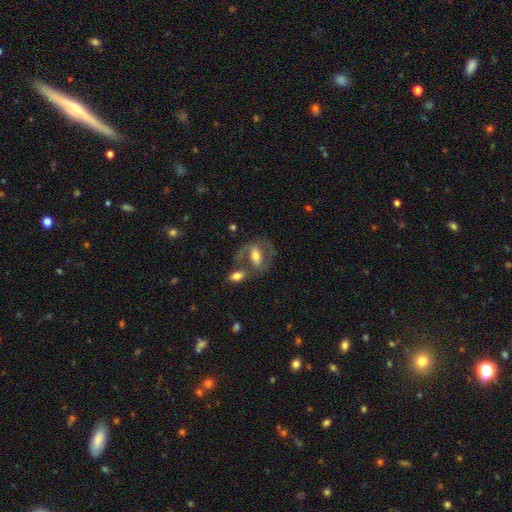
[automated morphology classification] A featured or disk galaxy (63%) with a strong bar (41%), spiral arms (64%) and a moderate central bulge (62%).

Vote fractions:
- Smooth or featured? featured or disk: 63% / smooth: 30% / star or artifact: 7%
- Edge-on disk? no: 93% / yes: 7%
- Bar? strong: 41% / weak: 31% / no: 28%
- Spiral arms? yes: 64% / no: 36%
- Bulge size? moderate: 62% / small: 18% / large: 16% / none: 2% / dominant: 2%
- Merging? none: 47% / merger: 27% / minor disturbance: 14% / major disturbance: 11%